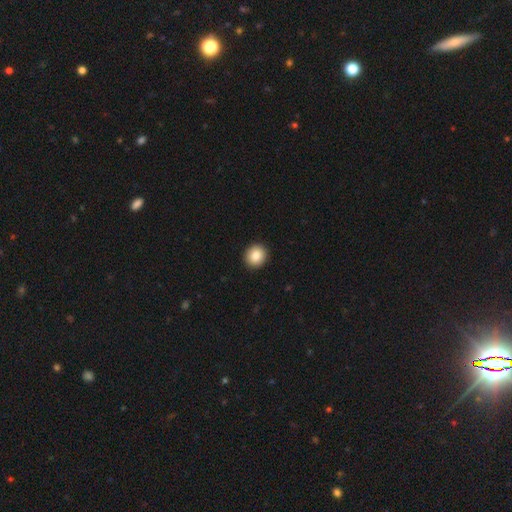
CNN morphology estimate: Overall: smooth (85%). How rounded: round (87%). Merging: none (93%).